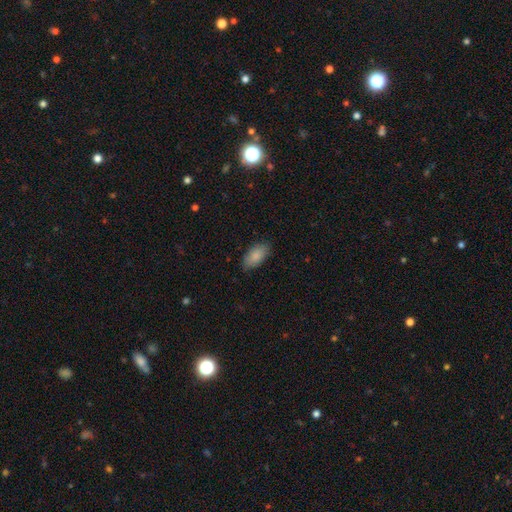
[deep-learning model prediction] Smooth or featured? smooth (87%)
How rounded? in between (94%)
Merging? none (83%)